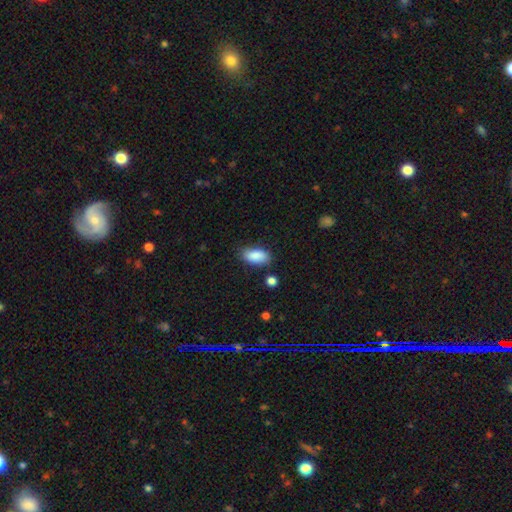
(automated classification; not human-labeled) Smooth or featured: smooth — 87% (star or artifact — 7%)
How rounded: in between — 91% (cigar-shaped — 6%)
Merging: none — 79% (minor disturbance — 15%)